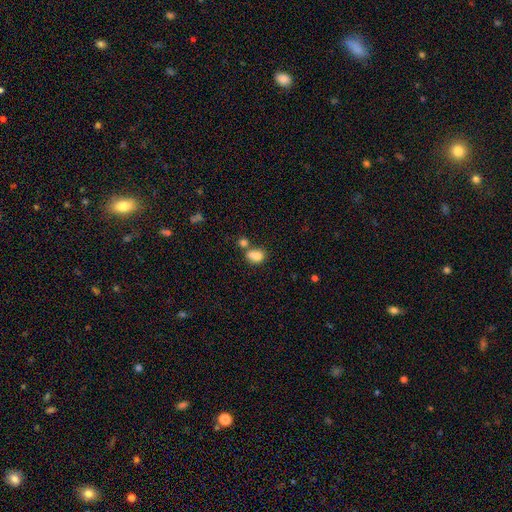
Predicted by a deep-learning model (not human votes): smooth_or_featured: smooth (p=0.79) [alt: featured or disk p=0.11]
how_rounded: in between (p=0.54) [alt: round p=0.45]
merging: merger (p=0.48) [alt: none p=0.35]